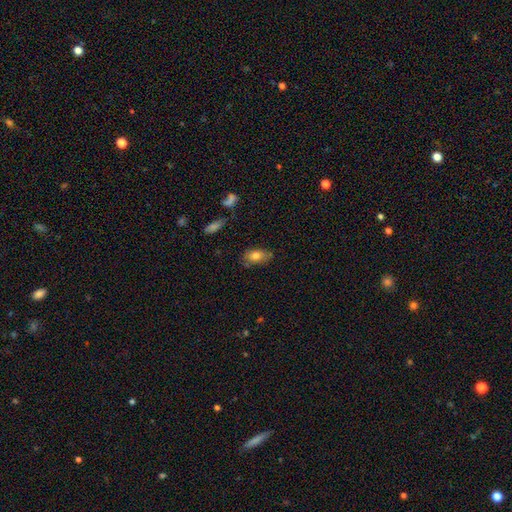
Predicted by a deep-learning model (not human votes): Smooth or featured? Predicted: smooth (p=0.78). How rounded? Predicted: in between (p=0.87). Merging? Predicted: none (p=0.73).